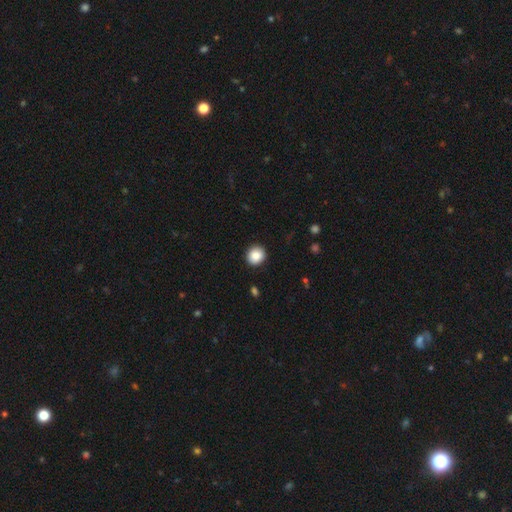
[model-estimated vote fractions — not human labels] smooth_or_featured: smooth (p=0.87) [alt: star or artifact p=0.09]
how_rounded: round (p=0.87) [alt: in between p=0.12]
merging: none (p=0.91) [alt: minor disturbance p=0.06]